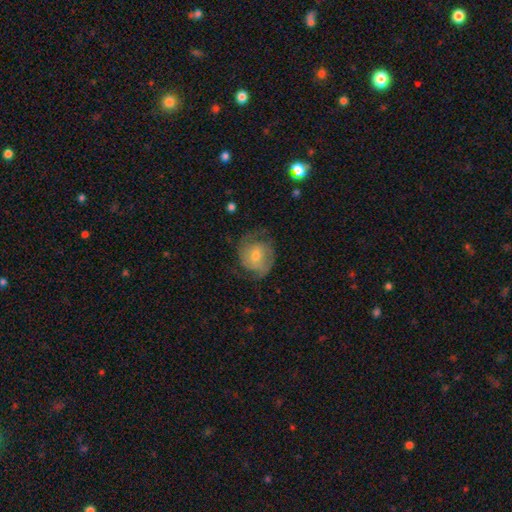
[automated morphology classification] smooth_or_featured: featured or disk (p=0.67) [alt: smooth p=0.26]
disk_edge_on: no (p=0.97) [alt: yes p=0.03]
bar: no (p=0.60) [alt: weak p=0.33]
has_spiral_arms: yes (p=0.88) [alt: no p=0.12]
spiral_winding: medium (p=0.41) [tied with: tight p=0.41]
spiral_arm_count: 2 (p=0.62) [alt: can't tell p=0.19]
bulge_size: moderate (p=0.47) [alt: small p=0.46]
merging: none (p=0.63) [alt: minor disturbance p=0.22]